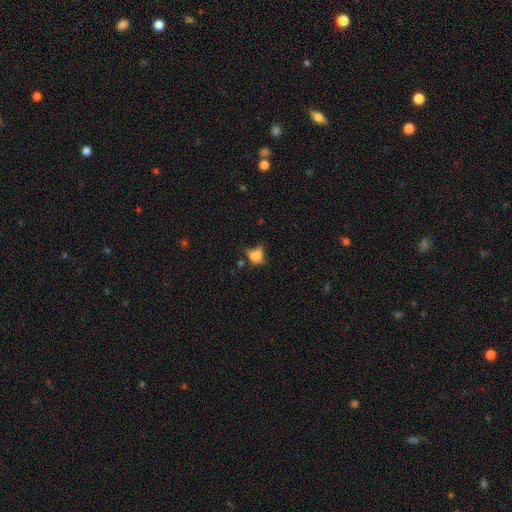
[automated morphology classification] A smooth galaxy with no disk features (65%) that is in between round and cigar-shaped (70%). Merging: none (32%).